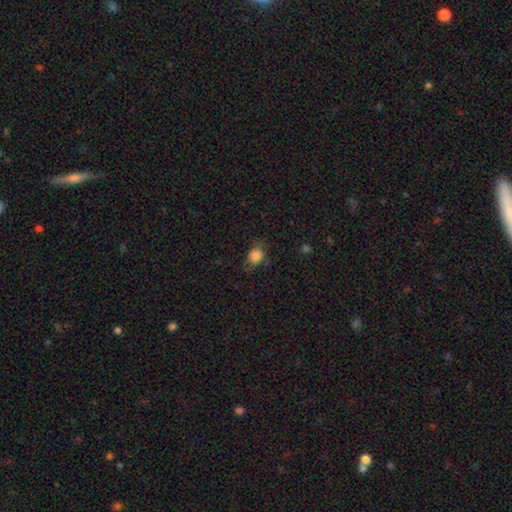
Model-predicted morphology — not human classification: Smooth or featured? Predicted: smooth (p=0.81). How rounded? Predicted: round (p=0.61). Merging? Predicted: none (p=0.59).